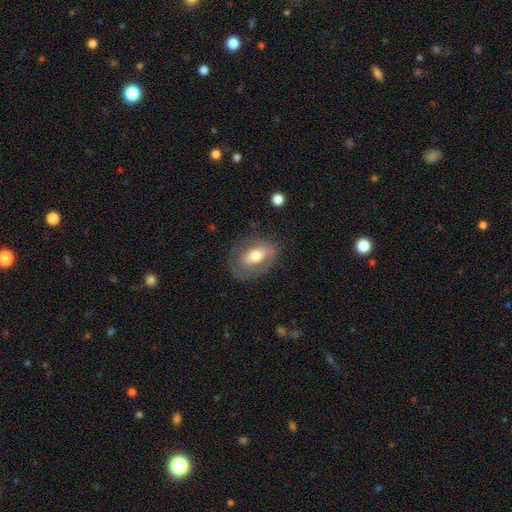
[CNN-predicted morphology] smooth-or-featured: featured or disk: 50% | smooth: 44% | star or artifact: 7%
  merging: none: 63% | minor disturbance: 22% | major disturbance: 14% | merger: 2%